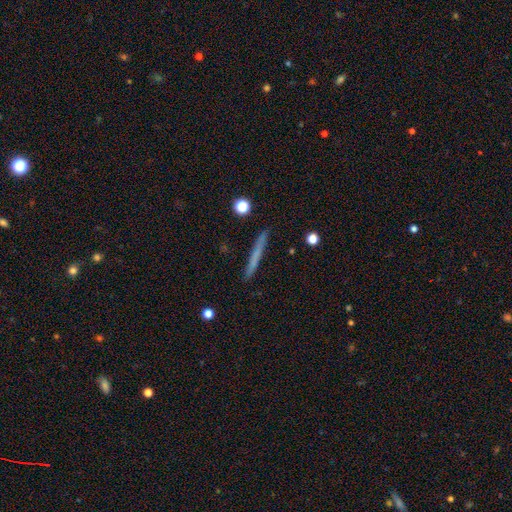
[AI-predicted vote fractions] Smooth or featured: smooth — 59% (featured or disk — 34%)
How rounded: cigar-shaped — 96% (in between — 2%)
Merging: none — 91% (minor disturbance — 7%)